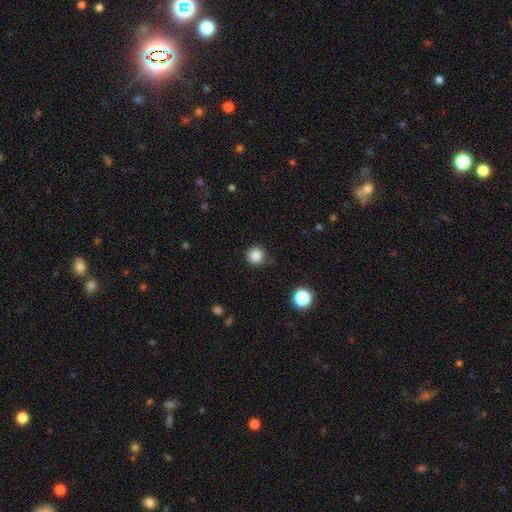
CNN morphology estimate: A smooth galaxy with no disk features (85%) that is round (93%).

Vote fractions:
- Smooth or featured? smooth: 85% / star or artifact: 12% / featured or disk: 3%
- How rounded? round: 93% / in between: 6% / cigar-shaped: 1%
- Merging? none: 85% / minor disturbance: 10% / major disturbance: 3% / merger: 2%